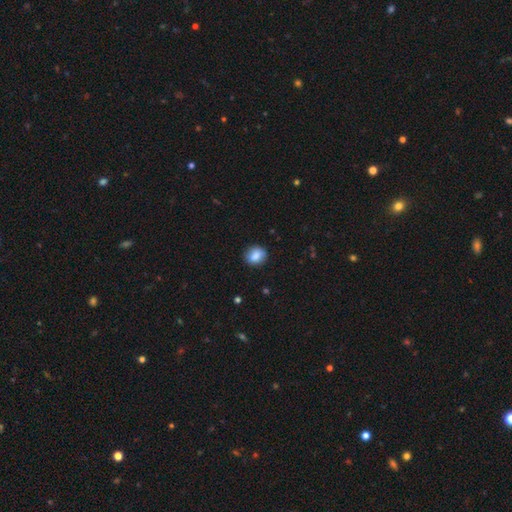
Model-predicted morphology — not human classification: The model was most divided on "how rounded": round: 64%, in between: 34%, cigar-shaped: 1%. More confident: merging — none (84%); smooth or featured — smooth (83%).